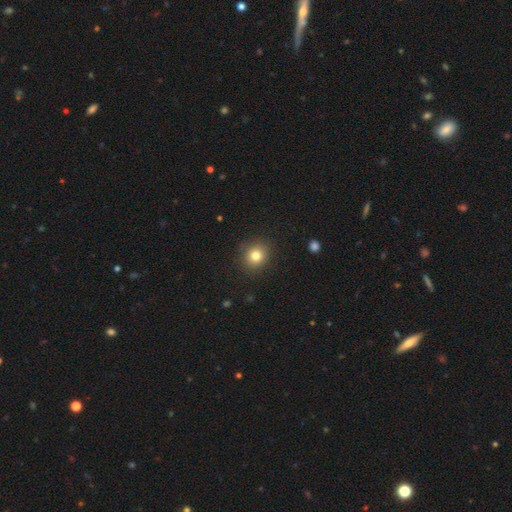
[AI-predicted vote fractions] Q: Smooth or featured?
A: smooth (80%); runner-up: star or artifact (12%)
Q: How rounded?
A: round (81%); runner-up: in between (18%)
Q: Merging?
A: none (89%); runner-up: minor disturbance (8%)